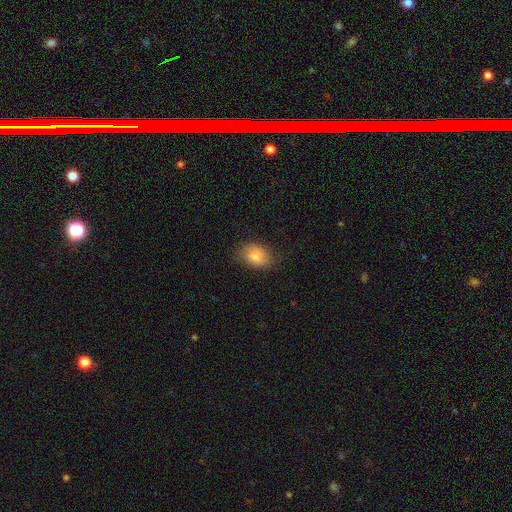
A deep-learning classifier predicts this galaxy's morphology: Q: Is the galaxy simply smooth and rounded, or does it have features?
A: smooth — 83%.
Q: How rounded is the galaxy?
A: in between — 79%.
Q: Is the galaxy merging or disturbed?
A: none — 79%.